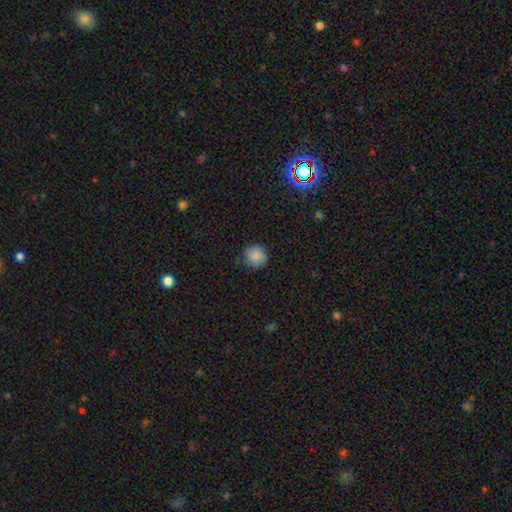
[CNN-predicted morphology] Smooth or featured? Predicted: smooth (p=0.85). How rounded? Predicted: round (p=0.89). Merging? Predicted: none (p=0.78).